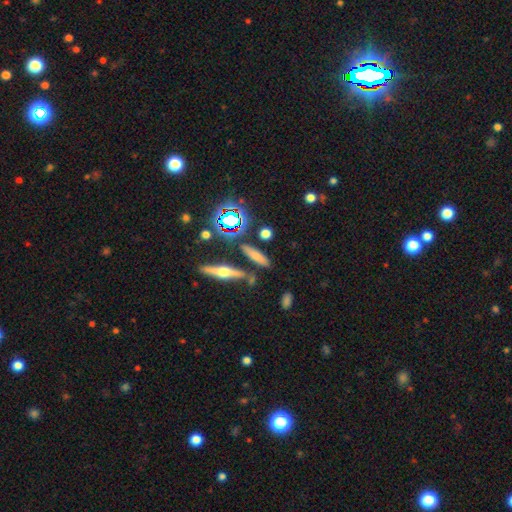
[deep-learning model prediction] Smooth or featured: smooth — 58% (featured or disk — 24%)
How rounded: cigar-shaped — 58% (in between — 35%)
Merging: none — 77% (minor disturbance — 11%)